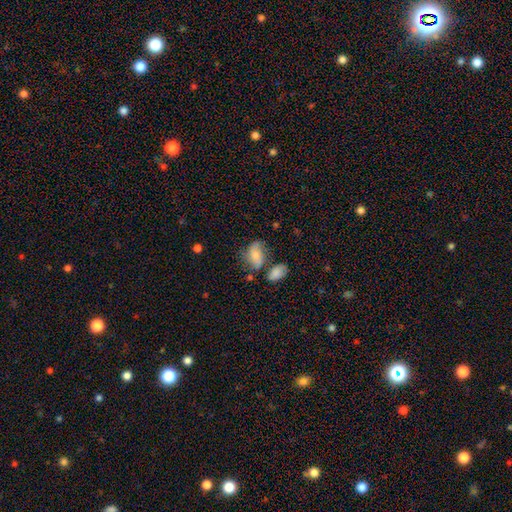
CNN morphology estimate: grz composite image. It shows a smooth galaxy with no disk features (62%) that is in between round and cigar-shaped (81%). Merging: none (43%).